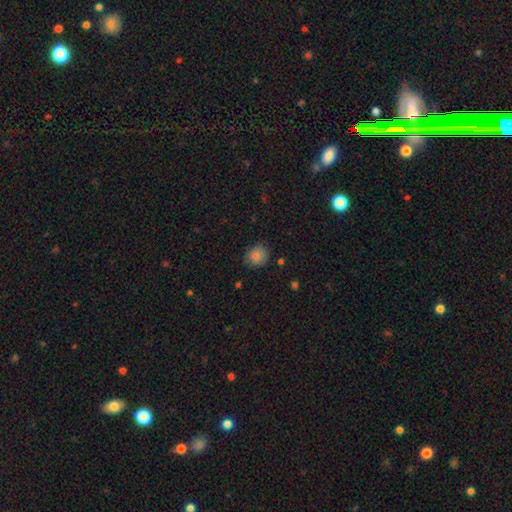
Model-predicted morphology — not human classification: smooth 80%, star or artifact 11%, featured or disk 8%. Down the decision tree: how rounded — round (74%); merging — none (78%).